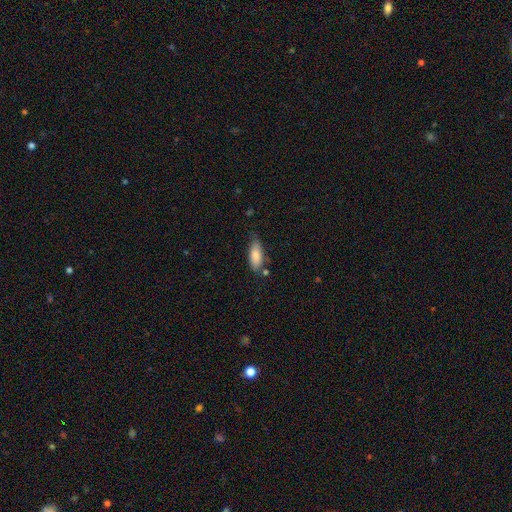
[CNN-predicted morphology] Q: Smooth or featured?
A: smooth (83%); runner-up: featured or disk (10%)
Q: How rounded?
A: in between (75%); runner-up: cigar-shaped (23%)
Q: Merging?
A: none (63%); runner-up: minor disturbance (25%)